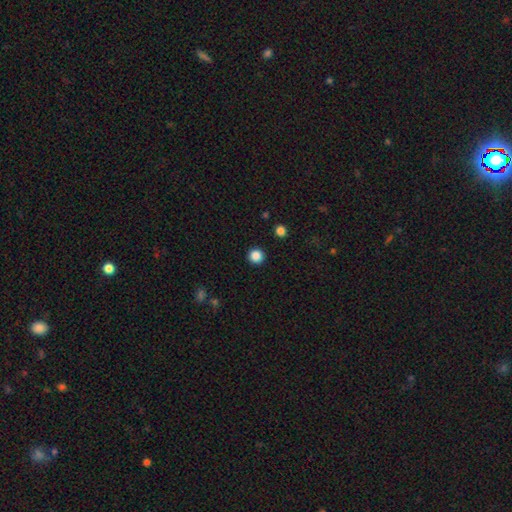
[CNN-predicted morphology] Smooth or featured: smooth — 87% (star or artifact — 11%)
How rounded: round — 96% (in between — 3%)
Merging: none — 93% (minor disturbance — 4%)